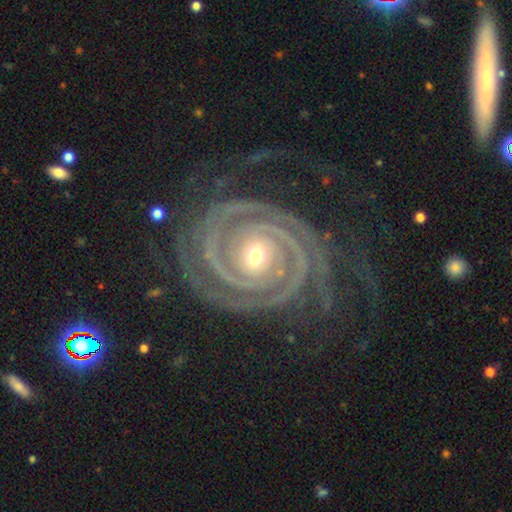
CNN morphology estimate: smooth-or-featured: featured or disk: 93% | star or artifact: 4% | smooth: 2%
  disk-edge-on: no: 98% | yes: 2%
    bar: no: 56% | weak: 25% | strong: 19%
    has-spiral-arms: yes: 99% | no: 1%
      spiral-winding: tight: 85% | medium: 13% | loose: 2%
      spiral-arm-count: 2: 61% | 3: 13% | can't tell: 8% | 4: 7% | more than 4: 6% | 1: 6%
    bulge-size: small: 49% | moderate: 47% | large: 2% | dominant: 1% | none: 1%
  merging: none: 78% | minor disturbance: 14% | major disturbance: 7% | merger: 2%